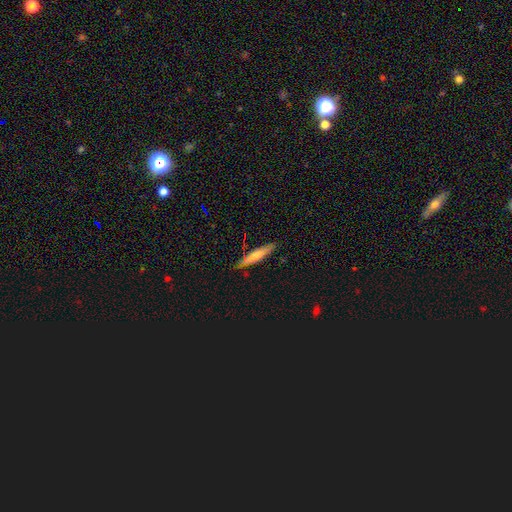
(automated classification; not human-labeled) Overall: smooth (64%; featured or disk 31%). How rounded: cigar-shaped (89%). Merging: none (86%).